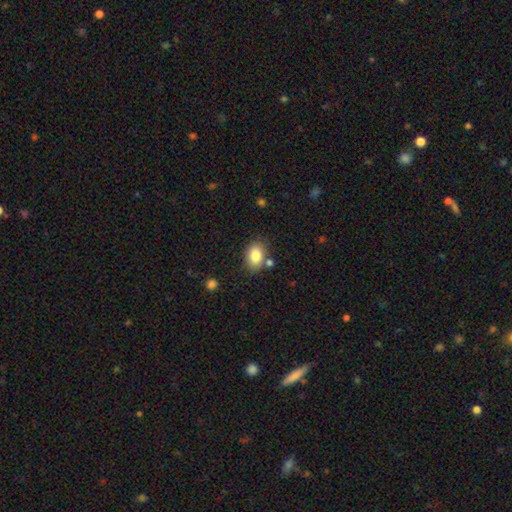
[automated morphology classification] Q: Smooth or featured?
A: smooth (83%); runner-up: star or artifact (9%)
Q: How rounded?
A: in between (73%); runner-up: round (26%)
Q: Merging?
A: none (74%); runner-up: minor disturbance (14%)